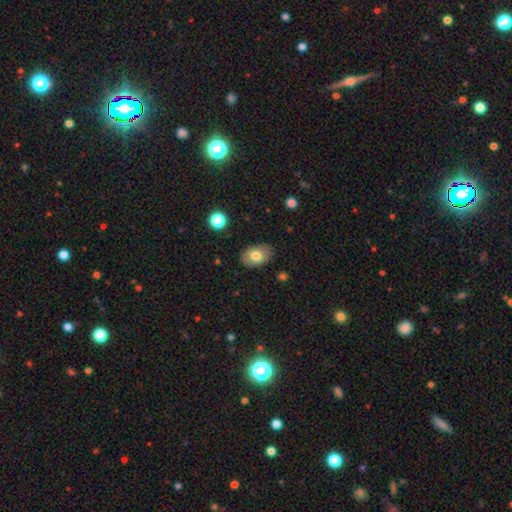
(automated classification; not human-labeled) smooth-or-featured: smooth: 75% | featured or disk: 18% | star or artifact: 8%
  how-rounded: in between: 83% | round: 16% | cigar-shaped: 1%
  merging: none: 83% | minor disturbance: 13% | major disturbance: 3% | merger: 1%